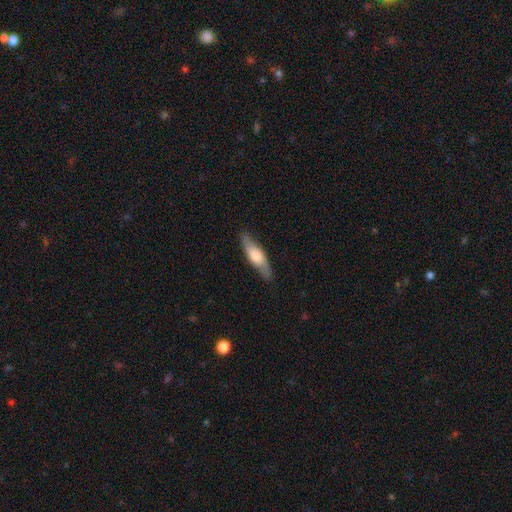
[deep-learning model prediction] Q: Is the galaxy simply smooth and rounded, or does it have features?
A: smooth — 56%.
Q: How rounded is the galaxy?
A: cigar-shaped — 63%.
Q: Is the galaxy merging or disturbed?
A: none — 86%.